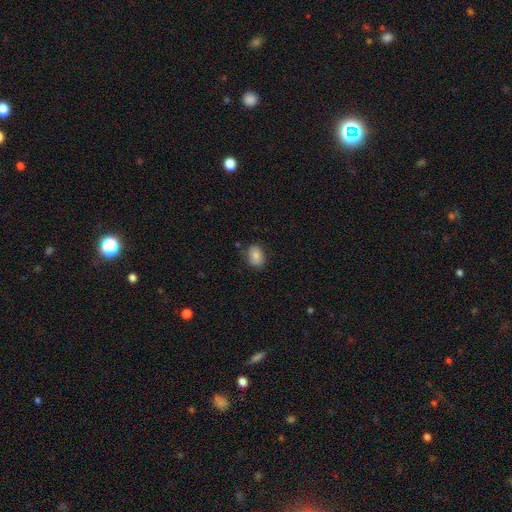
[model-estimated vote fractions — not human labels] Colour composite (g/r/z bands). It shows a smooth galaxy with no disk features (83%) that is in between round and cigar-shaped (77%). Merging: none (80%).